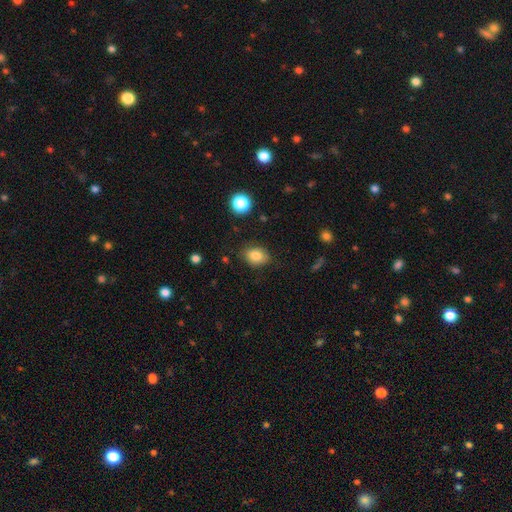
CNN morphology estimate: This is clearly a smooth galaxy (83%). How rounded: likely in between (68%). Merging: clearly none (82%).